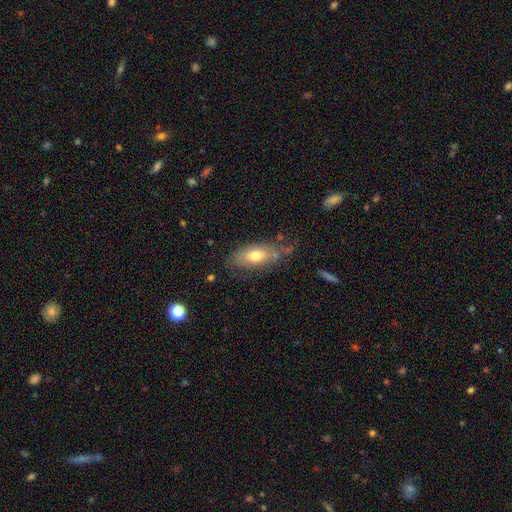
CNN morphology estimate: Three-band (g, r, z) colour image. It shows a smooth galaxy with no disk features (68%) that is in between round and cigar-shaped (83%). Merging: none (61%).